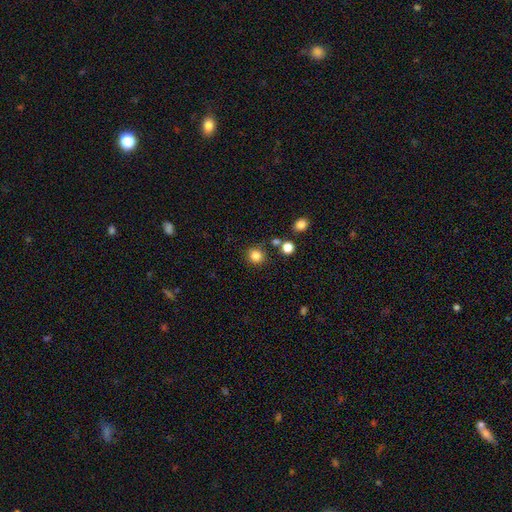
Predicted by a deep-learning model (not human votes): smooth-or-featured: smooth: 83% | star or artifact: 12% | featured or disk: 4%
  how-rounded: round: 89% | in between: 10% | cigar-shaped: 1%
  merging: none: 83% | minor disturbance: 8% | merger: 5% | major disturbance: 3%